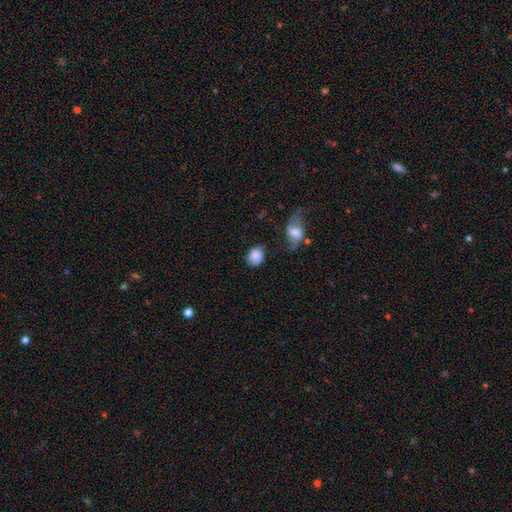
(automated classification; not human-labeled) Overall: smooth (83%). How rounded: round (58%; in between 41%). Merging: none (61%; minor disturbance 23%).